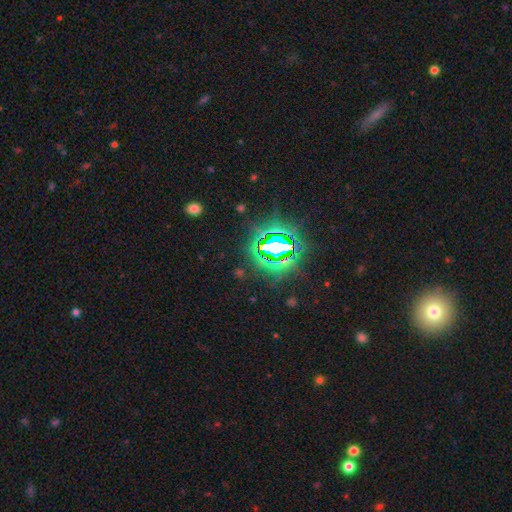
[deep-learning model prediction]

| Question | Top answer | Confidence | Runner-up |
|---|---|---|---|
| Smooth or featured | star or artifact | 82% | featured or disk (9%) |